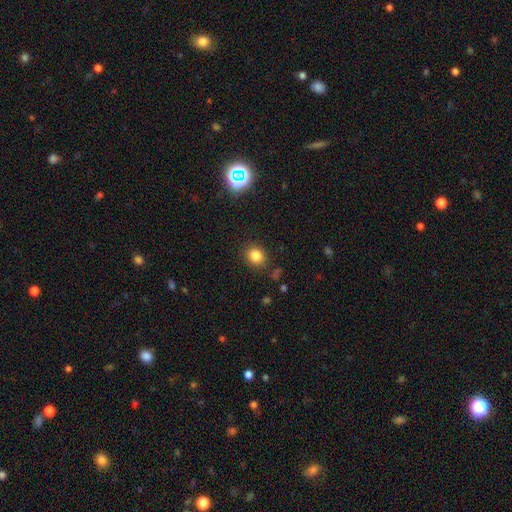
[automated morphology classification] Smooth or featured?
  - smooth: 82% *
  - star or artifact: 12%
  - featured or disk: 5%
How rounded?
  - round: 75% *
  - in between: 24%
  - cigar-shaped: 1%
Merging?
  - none: 87% *
  - minor disturbance: 8%
  - major disturbance: 3%
  - merger: 2%